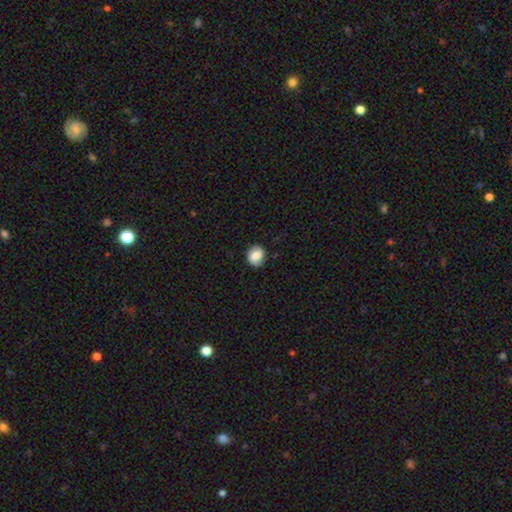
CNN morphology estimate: Q: Smooth or featured?
A: smooth (75%); runner-up: featured or disk (16%)
Q: How rounded?
A: round (73%); runner-up: in between (26%)
Q: Merging?
A: none (84%); runner-up: minor disturbance (12%)